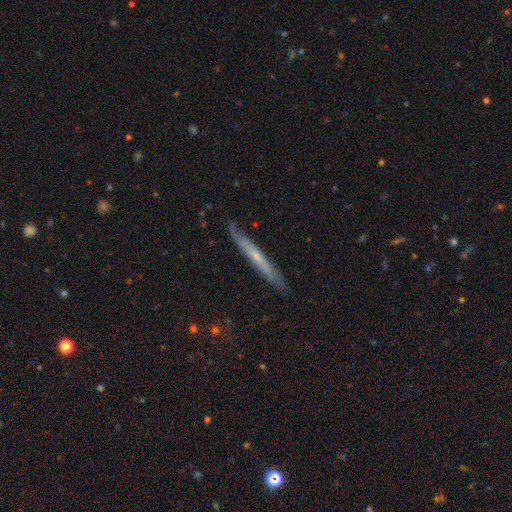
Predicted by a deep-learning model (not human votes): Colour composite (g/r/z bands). It shows a featured or disk galaxy (57%) viewed edge-on (91%) with no central bulge (65%). Merging: none (81%).